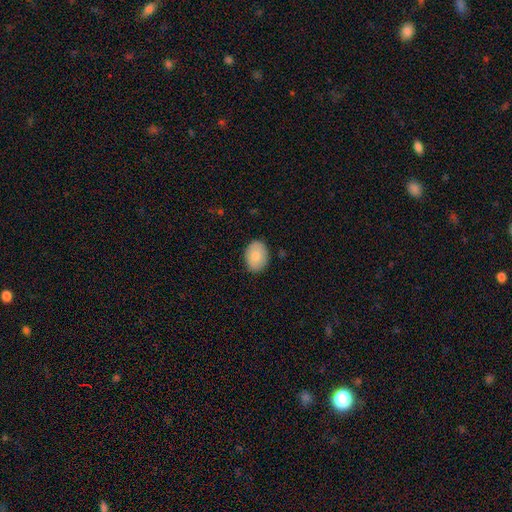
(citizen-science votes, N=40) Smooth or featured?
  - smooth: 90% *
  - featured or disk: 5%
  - star or artifact: 5%
How rounded?
  - in between: 67% *
  - round: 33%
  - cigar-shaped: 0%
Merging?
  - none: 92% *
  - minor disturbance: 5%
  - major disturbance: 3%
  - merger: 0%